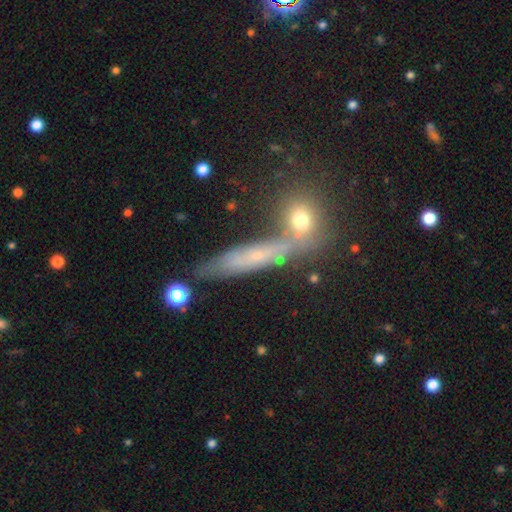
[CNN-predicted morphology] A smooth galaxy with no disk features (45%).

Vote fractions:
- Smooth or featured? smooth: 45% / featured or disk: 41% / star or artifact: 14%
- Merging? none: 66% / minor disturbance: 16% / merger: 12% / major disturbance: 6%